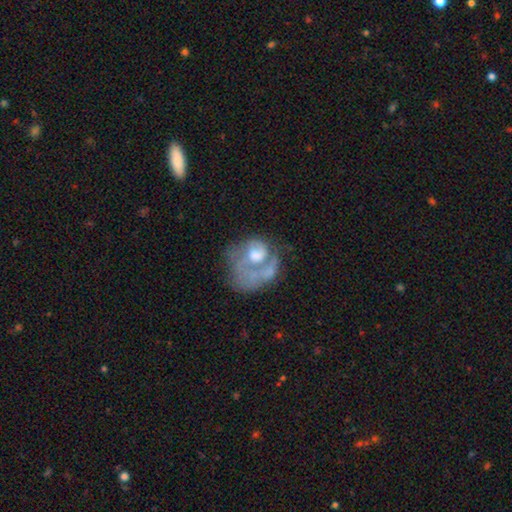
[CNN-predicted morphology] smooth-or-featured: featured or disk: 67% | smooth: 25% | star or artifact: 7%
  disk-edge-on: no: 98% | yes: 2%
    bar: no: 78% | weak: 18% | strong: 4%
    has-spiral-arms: yes: 60% | no: 40%
    bulge-size: moderate: 51% | large: 19% | small: 14% | none: 13% | dominant: 3%
  merging: major disturbance: 43% | none: 27% | merger: 16% | minor disturbance: 15%